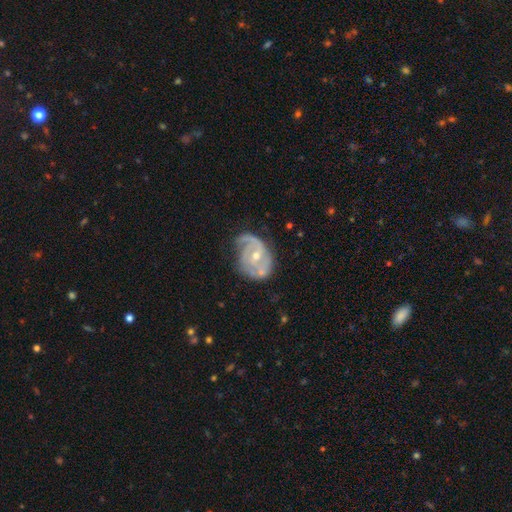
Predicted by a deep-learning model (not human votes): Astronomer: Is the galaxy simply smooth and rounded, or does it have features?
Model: featured or disk — 84%.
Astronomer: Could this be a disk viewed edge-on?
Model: no — 98%.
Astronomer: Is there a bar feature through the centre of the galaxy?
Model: no — 46% (runner-up: weak, 43%).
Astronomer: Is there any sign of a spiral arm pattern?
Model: yes — 92%.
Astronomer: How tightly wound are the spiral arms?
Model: tight — 44% (runner-up: medium, 40%).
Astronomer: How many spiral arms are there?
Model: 2 — 46%.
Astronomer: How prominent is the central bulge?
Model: moderate — 50% (runner-up: small, 47%).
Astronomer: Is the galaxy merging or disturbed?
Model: none — 46% (runner-up: minor disturbance, 29%).